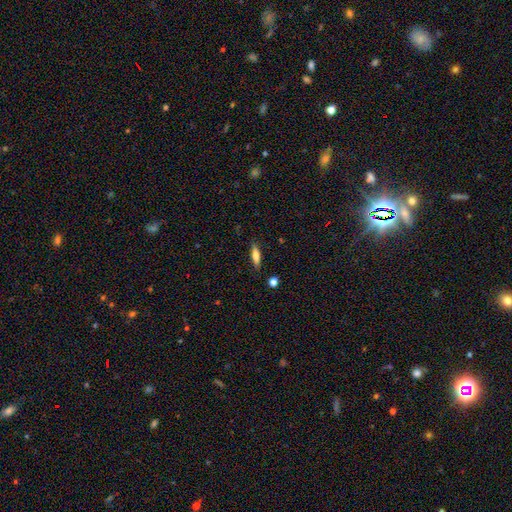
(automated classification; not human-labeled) This is likely a smooth galaxy (65%). How rounded: likely cigar-shaped (62%). Merging: clearly none (87%).